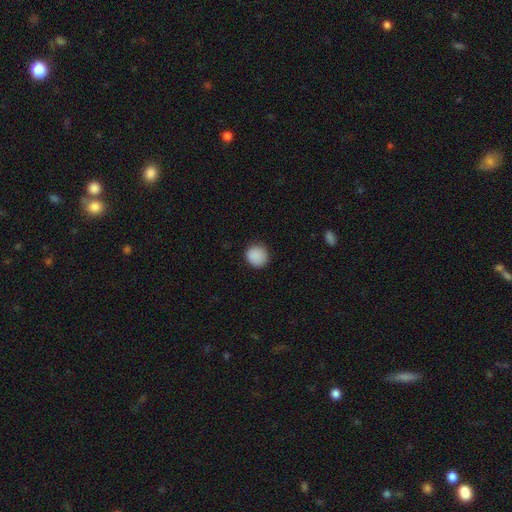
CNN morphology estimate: smooth-or-featured: smooth: 89% | star or artifact: 8% | featured or disk: 3%
  how-rounded: round: 91% | in between: 8% | cigar-shaped: 1%
  merging: none: 89% | minor disturbance: 8% | major disturbance: 2% | merger: 1%